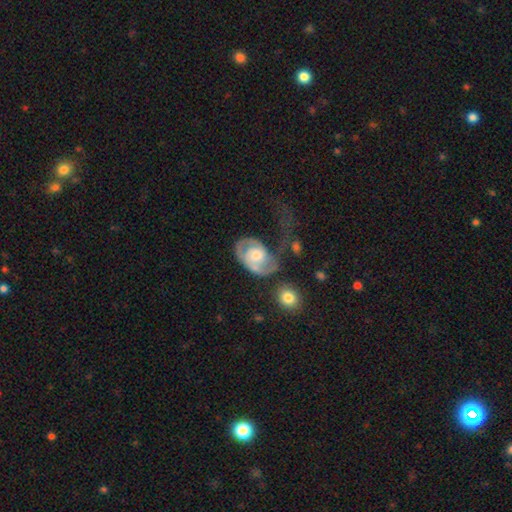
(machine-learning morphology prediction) smooth_or_featured: featured or disk (p=0.76) [alt: smooth p=0.18]
disk_edge_on: no (p=0.97) [alt: yes p=0.03]
bar: no (p=0.70) [alt: weak p=0.26]
has_spiral_arms: yes (p=0.86) [alt: no p=0.14]
spiral_winding: tight (p=0.47) [alt: medium p=0.36]
spiral_arm_count: 2 (p=0.54) [alt: can't tell p=0.20]
bulge_size: moderate (p=0.61) [alt: small p=0.21]
merging: major disturbance (p=0.43) [alt: none p=0.27]